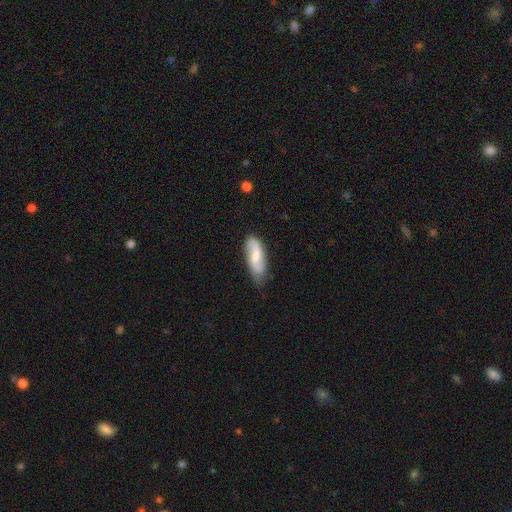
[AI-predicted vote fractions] The model was most divided on "smooth or featured": smooth: 49%, featured or disk: 45%, star or artifact: 6%. More confident: merging — none (64%).